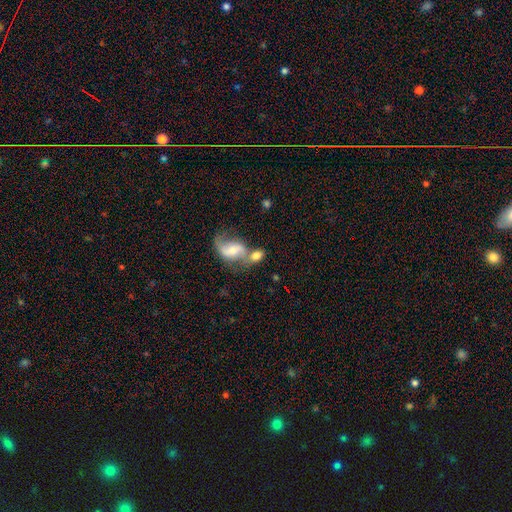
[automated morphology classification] Q: Smooth or featured?
A: smooth (48%); runner-up: featured or disk (43%)
Q: Merging?
A: merger (52%); runner-up: none (30%)